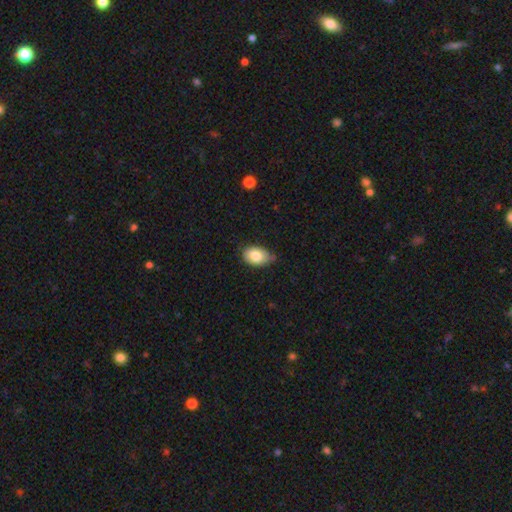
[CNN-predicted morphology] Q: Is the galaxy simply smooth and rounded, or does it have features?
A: smooth — 81%.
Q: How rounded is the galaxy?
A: in between — 85%.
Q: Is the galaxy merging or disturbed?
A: none — 60%.